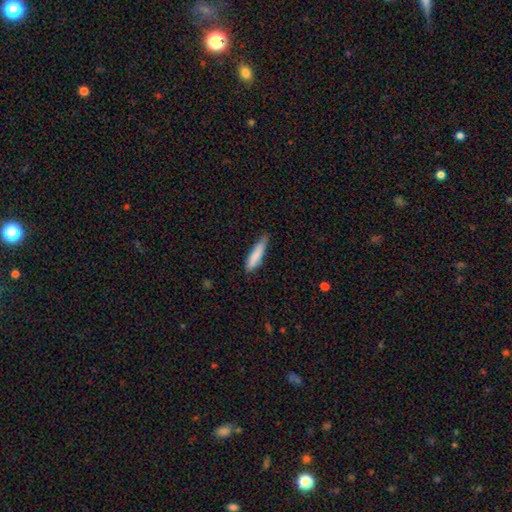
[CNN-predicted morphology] smooth_or_featured: smooth (p=0.83) [alt: featured or disk p=0.11]
how_rounded: cigar-shaped (p=0.81) [alt: in between p=0.18]
merging: none (p=0.69) [alt: minor disturbance p=0.26]